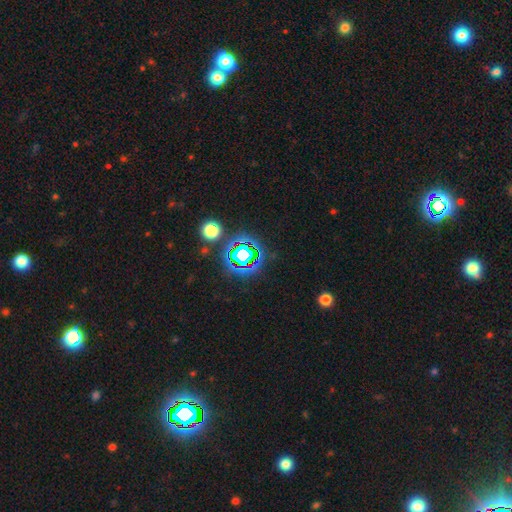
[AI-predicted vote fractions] This is likely a star or artifact rather than a galaxy (78%).